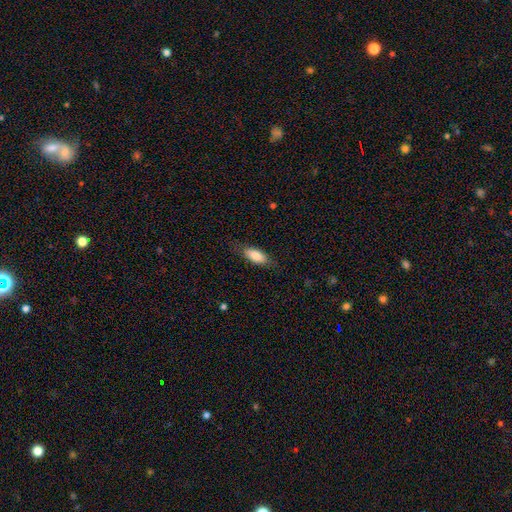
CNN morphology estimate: smooth 80%, featured or disk 14%, star or artifact 6%. Down the decision tree: how rounded — in between (80%); merging — none (78%).